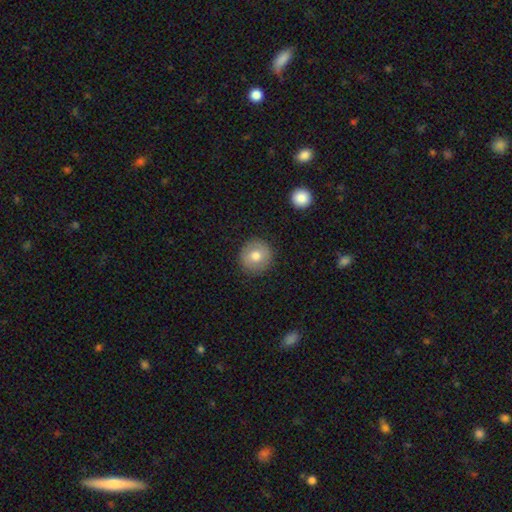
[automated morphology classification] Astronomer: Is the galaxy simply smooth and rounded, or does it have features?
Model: smooth — 75%.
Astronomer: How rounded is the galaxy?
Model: round — 94%.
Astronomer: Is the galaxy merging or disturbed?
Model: none — 90%.